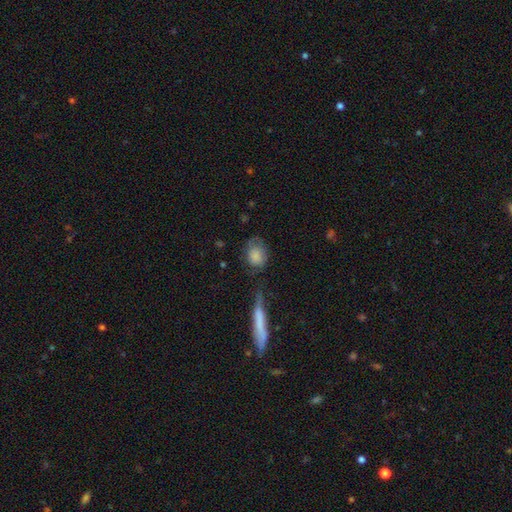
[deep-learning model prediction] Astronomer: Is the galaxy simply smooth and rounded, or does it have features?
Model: smooth — 80%.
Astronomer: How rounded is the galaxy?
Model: in between — 55% (runner-up: round, 42%).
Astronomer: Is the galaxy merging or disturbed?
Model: none — 48% (runner-up: minor disturbance, 27%).